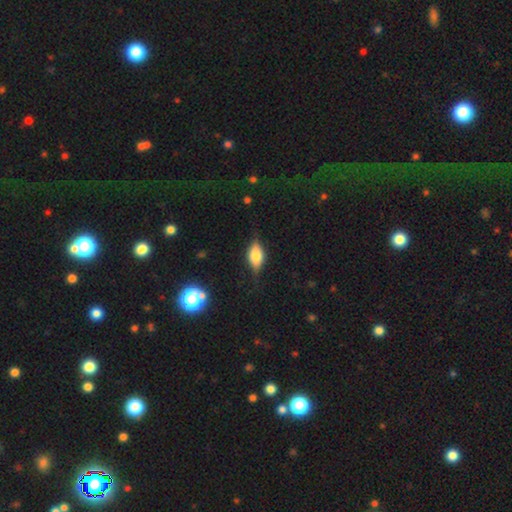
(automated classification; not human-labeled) smooth-or-featured: smooth: 48% | featured or disk: 42% | star or artifact: 10%
  merging: none: 74% | minor disturbance: 19% | major disturbance: 5% | merger: 1%